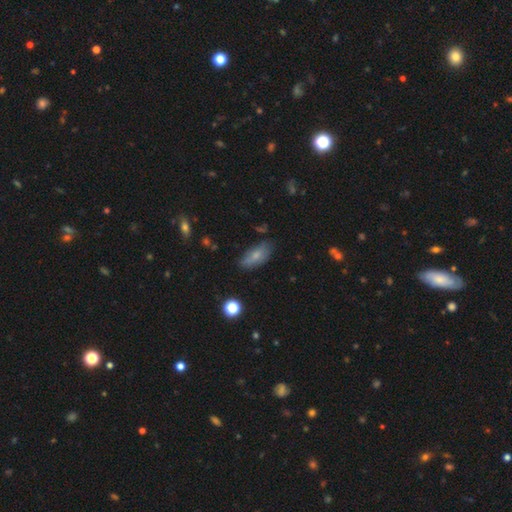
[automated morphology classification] This is likely a smooth galaxy (70%). How rounded: clearly in between (83%). Merging: likely none (66%).